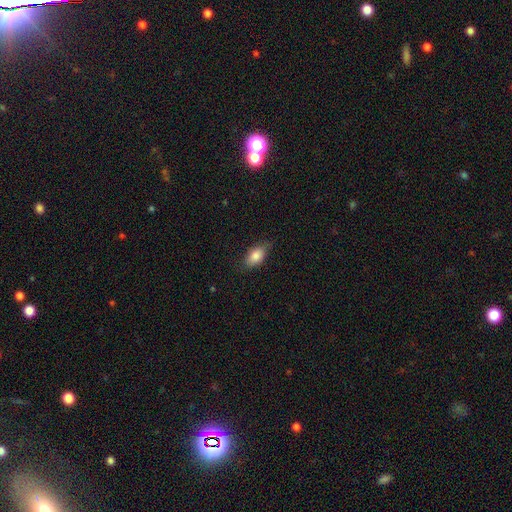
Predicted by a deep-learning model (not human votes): Smooth or featured? smooth (84%)
How rounded? in between (88%)
Merging? none (74%)